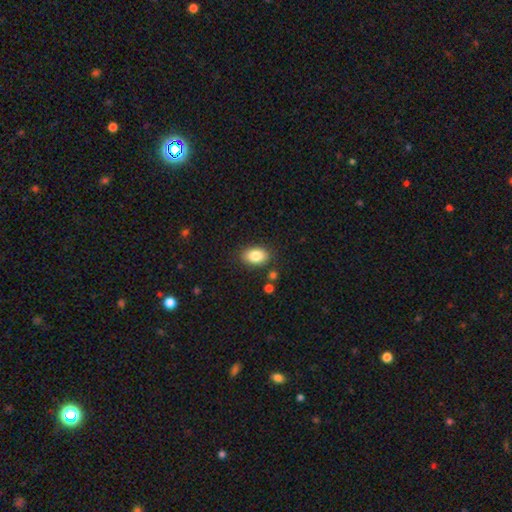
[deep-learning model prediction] Smooth or featured?
  - smooth: 84% *
  - star or artifact: 8%
  - featured or disk: 8%
How rounded?
  - in between: 85% *
  - round: 13%
  - cigar-shaped: 1%
Merging?
  - none: 84% *
  - minor disturbance: 11%
  - major disturbance: 3%
  - merger: 3%